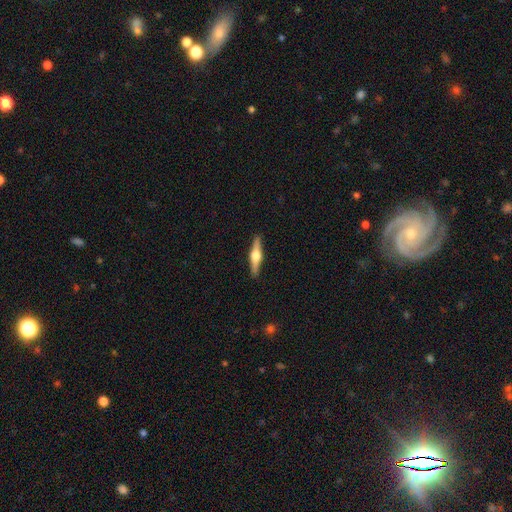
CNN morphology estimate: Smooth or featured?
  - featured or disk: 73% *
  - smooth: 22%
  - star or artifact: 5%
Edge-on disk?
  - yes: 98% *
  - no: 2%
Edge-on bulge?
  - rounded: 95% *
  - boxy: 4%
  - none: 1%
Merging?
  - none: 91% *
  - minor disturbance: 6%
  - major disturbance: 1%
  - merger: 1%